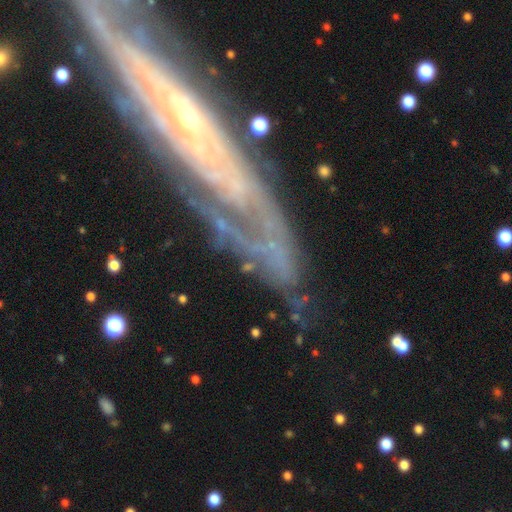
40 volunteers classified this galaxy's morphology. Smooth or featured? 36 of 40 (90%) said featured or disk. Edge-on disk? 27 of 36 (75%) said no. Bar? 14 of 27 (52%) said no. Spiral arms? 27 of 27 (100%) said yes. Spiral winding? 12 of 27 (44%) said tight. Spiral arm count? 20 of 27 (74%) said 2. Bulge size? 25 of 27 (93%) said small. Merging? 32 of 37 (86%) said none.